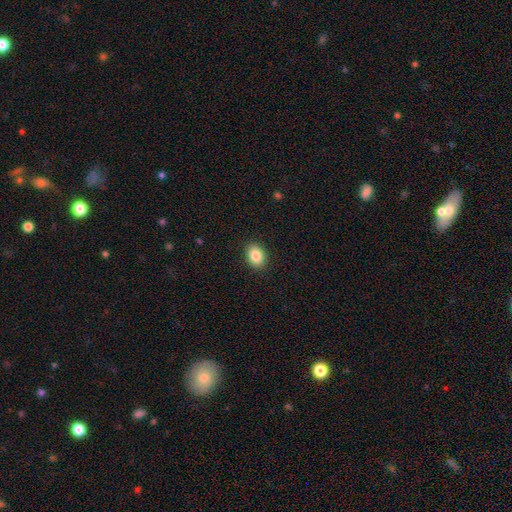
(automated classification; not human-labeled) A smooth galaxy with no disk features (86%) that is in between round and cigar-shaped (67%).

Vote fractions:
- Smooth or featured? smooth: 86% / star or artifact: 8% / featured or disk: 6%
- How rounded? in between: 67% / round: 32% / cigar-shaped: 1%
- Merging? none: 90% / minor disturbance: 7% / major disturbance: 2% / merger: 1%